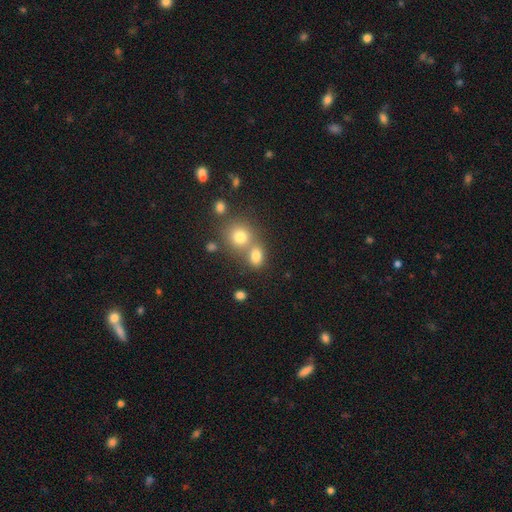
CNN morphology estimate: Smooth or featured? smooth (78%)
How rounded? in between (57%)
Merging? none (47%)